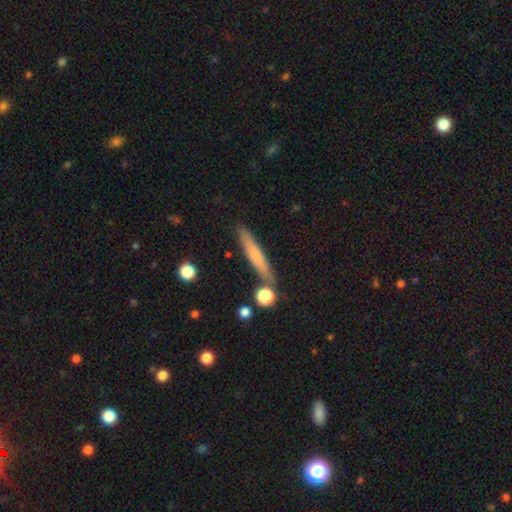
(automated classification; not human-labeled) smooth-or-featured: smooth: 66% | featured or disk: 27% | star or artifact: 7%
  how-rounded: cigar-shaped: 93% | in between: 6% | round: 2%
  merging: none: 80% | minor disturbance: 11% | merger: 6% | major disturbance: 3%